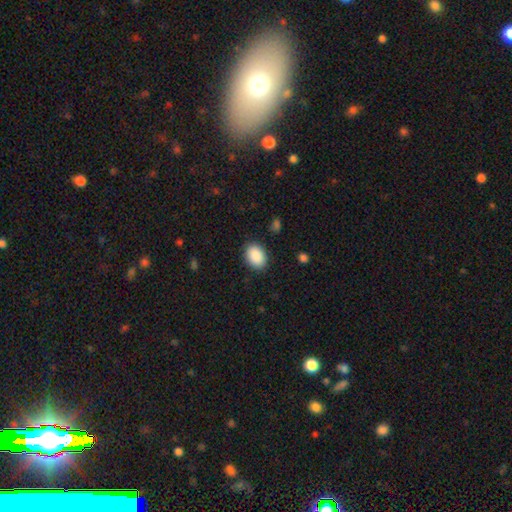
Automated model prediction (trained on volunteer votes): smooth-or-featured: smooth: 90% | star or artifact: 7% | featured or disk: 3%
  how-rounded: in between: 78% | round: 21% | cigar-shaped: 1%
  merging: none: 88% | minor disturbance: 8% | major disturbance: 2% | merger: 1%